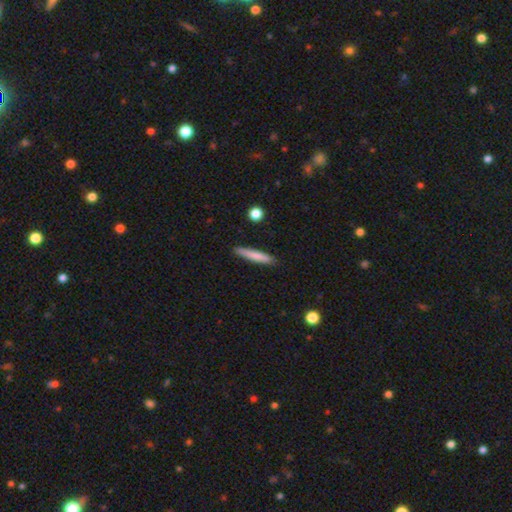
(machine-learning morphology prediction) A smooth galaxy with no disk features (75%) that is cigar-shaped (92%).

Vote fractions:
- Smooth or featured? smooth: 75% / featured or disk: 19% / star or artifact: 6%
- How rounded? cigar-shaped: 92% / in between: 6% / round: 1%
- Merging? none: 88% / minor disturbance: 9% / major disturbance: 2% / merger: 1%